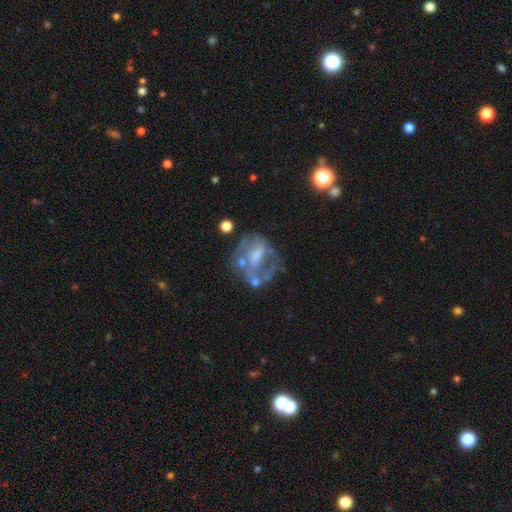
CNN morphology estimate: Smooth or featured? Predicted: featured or disk (p=0.64). Edge-on disk? Predicted: no (p=0.96). Bar? Predicted: no (p=0.54). Spiral arms? Predicted: no (p=0.69). Bulge size? Predicted: moderate (p=0.37). Merging? Predicted: none (p=0.43).